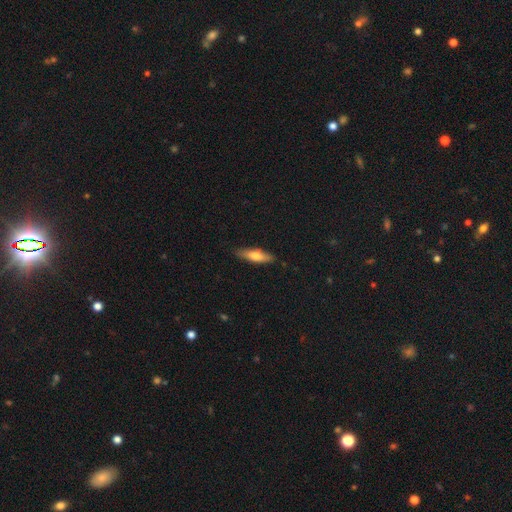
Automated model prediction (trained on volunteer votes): smooth 64%, featured or disk 30%, star or artifact 6%. Down the decision tree: how rounded — cigar-shaped (60%); merging — none (87%).